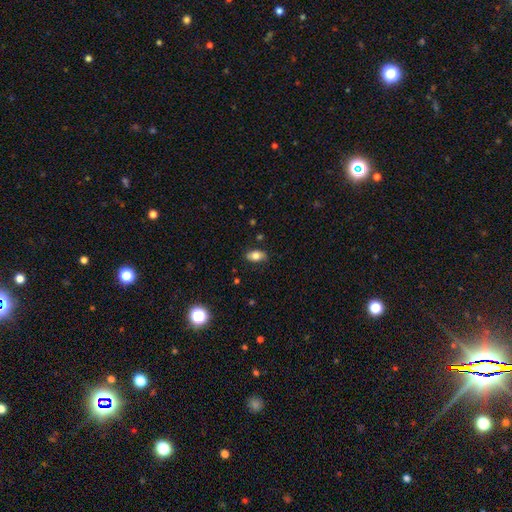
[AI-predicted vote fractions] smooth 76%, featured or disk 15%, star or artifact 8%. Down the decision tree: how rounded — in between (88%); merging — none (83%).